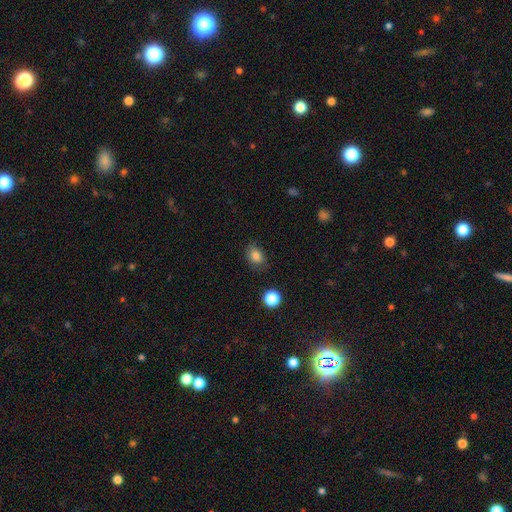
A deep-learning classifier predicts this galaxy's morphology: smooth 84%, star or artifact 11%, featured or disk 5%. Down the decision tree: how rounded — in between (68%); merging — none (76%).